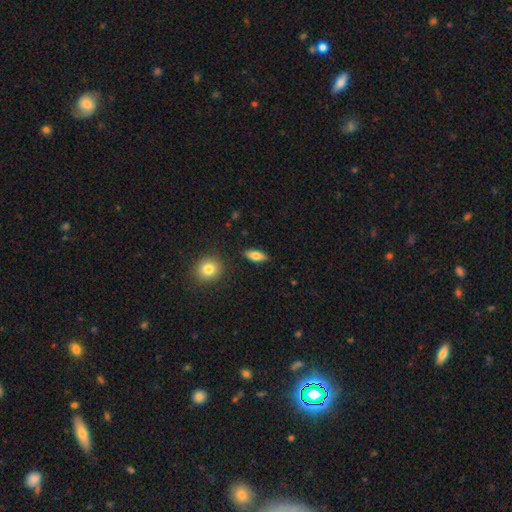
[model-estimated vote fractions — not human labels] Smooth or featured? smooth (77%)
How rounded? in between (82%)
Merging? none (87%)